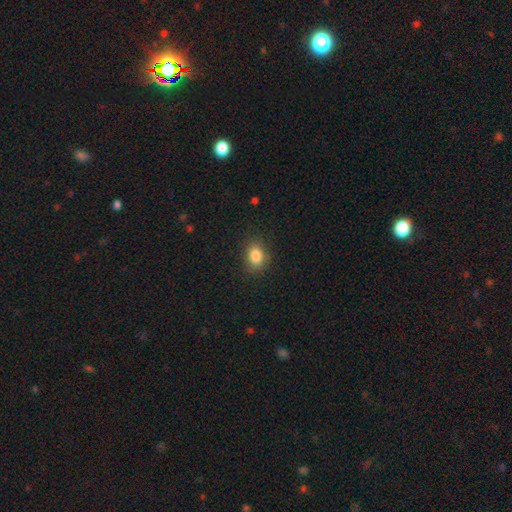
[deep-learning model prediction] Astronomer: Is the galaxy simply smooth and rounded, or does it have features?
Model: smooth — 85%.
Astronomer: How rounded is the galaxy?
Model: in between — 60% (runner-up: round, 39%).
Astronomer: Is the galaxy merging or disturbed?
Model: none — 84%.